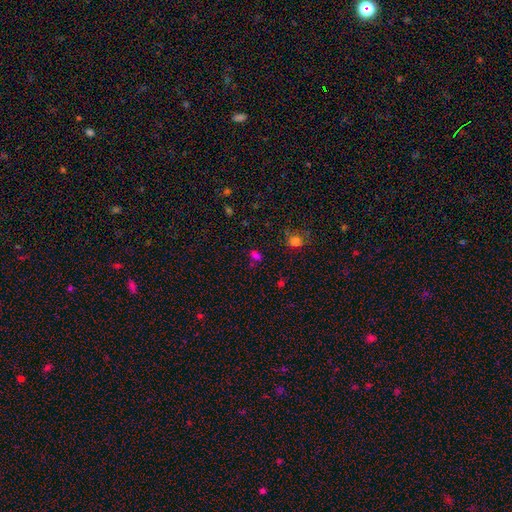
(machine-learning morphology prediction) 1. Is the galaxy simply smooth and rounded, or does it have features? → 62% smooth, 32% star or artifact, 6% featured or disk.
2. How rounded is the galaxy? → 74% in between, 22% round, 4% cigar-shaped.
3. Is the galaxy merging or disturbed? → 71% none, 15% minor disturbance, 8% merger, 6% major disturbance.